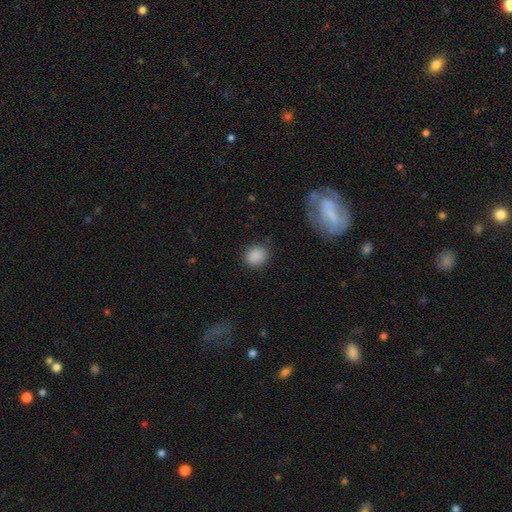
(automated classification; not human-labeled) Morphology: type=smooth (88%); roundness=round (61%); merging=none (85%).